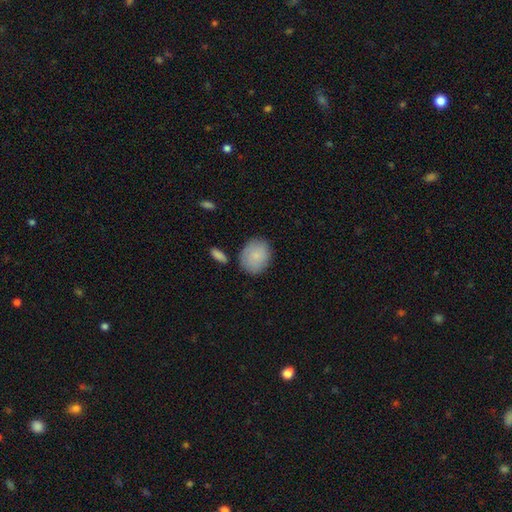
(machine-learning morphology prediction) This appears to be a smooth galaxy with no disk features (84%) that is in between round and cigar-shaped (54%). Merging: none (76%).